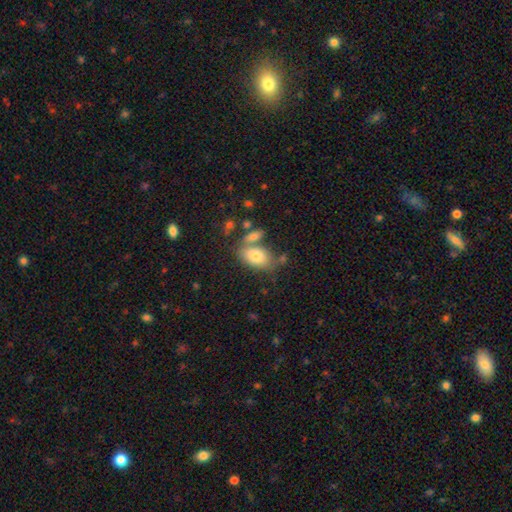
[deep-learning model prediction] Smooth or featured? smooth (77%)
How rounded? in between (89%)
Merging? none (54%)